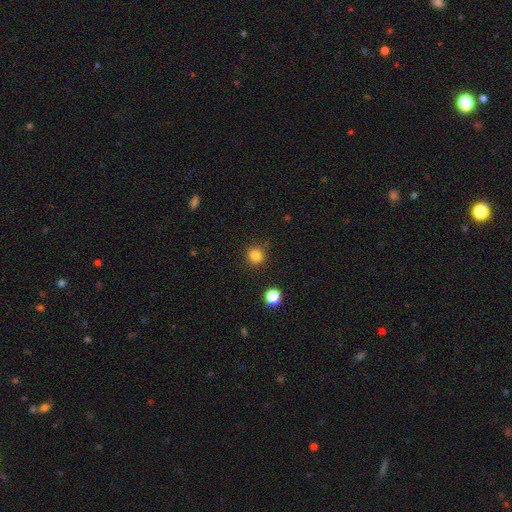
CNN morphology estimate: smooth-or-featured: smooth: 83% | star or artifact: 13% | featured or disk: 4%
  how-rounded: round: 91% | in between: 8% | cigar-shaped: 1%
  merging: none: 87% | minor disturbance: 8% | major disturbance: 3% | merger: 2%